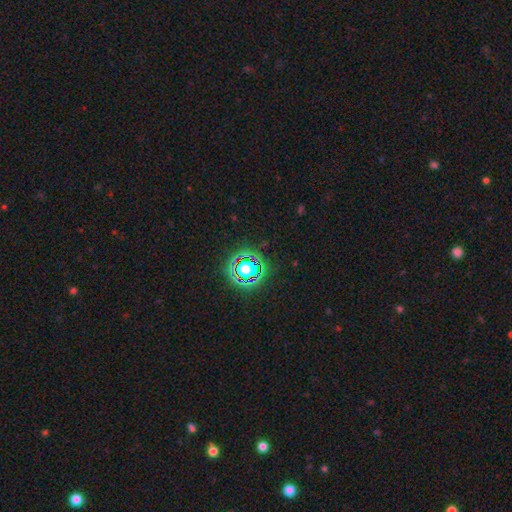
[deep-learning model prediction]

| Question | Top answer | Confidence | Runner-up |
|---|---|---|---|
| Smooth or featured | star or artifact | 79% | smooth (13%) |